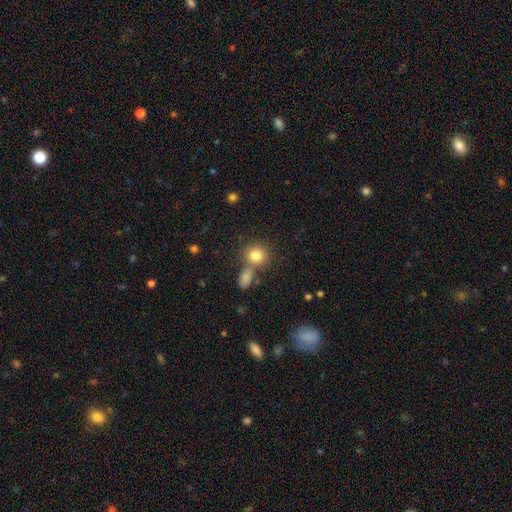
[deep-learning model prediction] Overall: smooth (81%). How rounded: round (79%). Merging: none (61%; merger 25%).